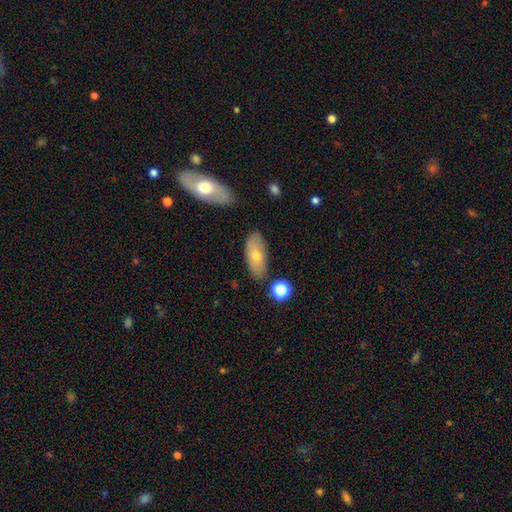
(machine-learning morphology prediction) Overall: smooth (63%; featured or disk 29%). How rounded: in between (84%). Merging: none (79%).